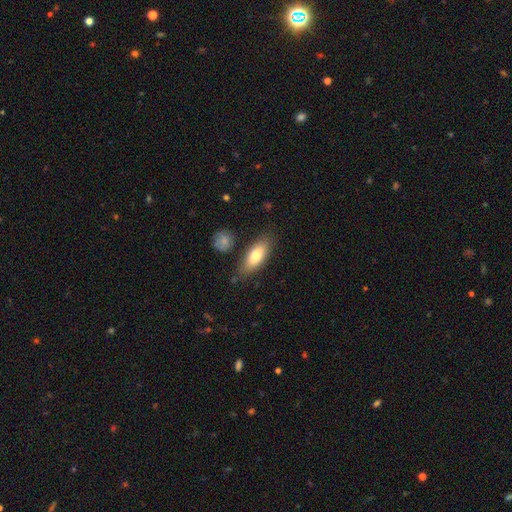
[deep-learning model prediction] Overall: smooth (74%). How rounded: in between (75%). Merging: none (79%).